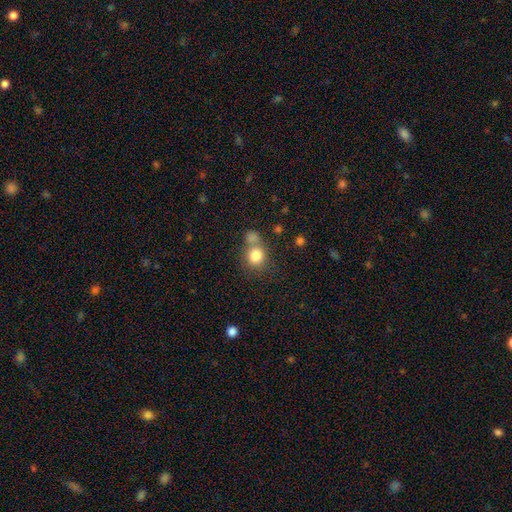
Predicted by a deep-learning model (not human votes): Morphology: type=smooth (82%); roundness=round (84%); merging=none (52%).